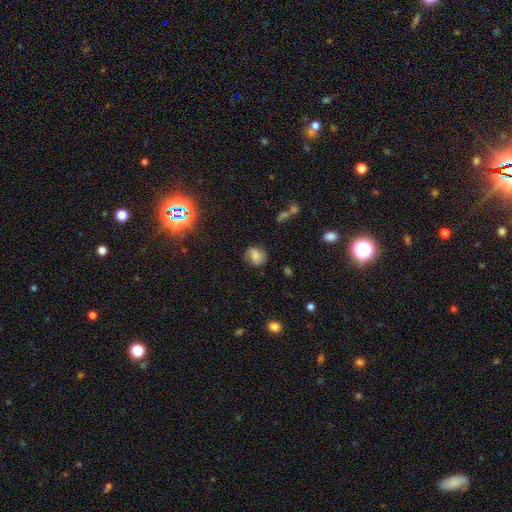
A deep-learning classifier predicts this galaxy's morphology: Smooth or featured: smooth — 63% (featured or disk — 24%)
How rounded: round — 57% (in between — 42%)
Merging: none — 64% (minor disturbance — 25%)